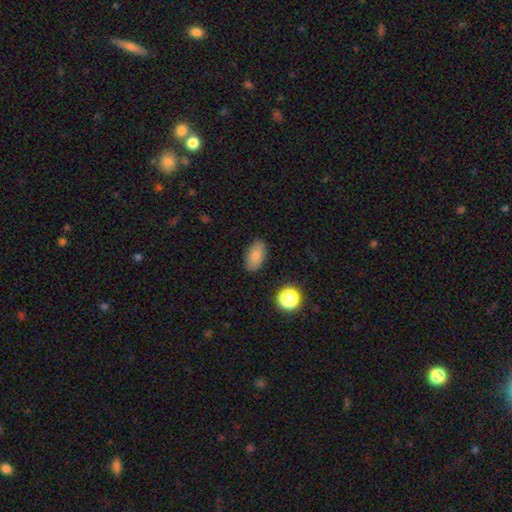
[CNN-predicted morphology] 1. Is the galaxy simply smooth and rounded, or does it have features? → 83% smooth, 9% star or artifact, 7% featured or disk.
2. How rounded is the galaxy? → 92% in between, 6% round, 2% cigar-shaped.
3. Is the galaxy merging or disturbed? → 86% none, 10% minor disturbance, 3% major disturbance, 1% merger.